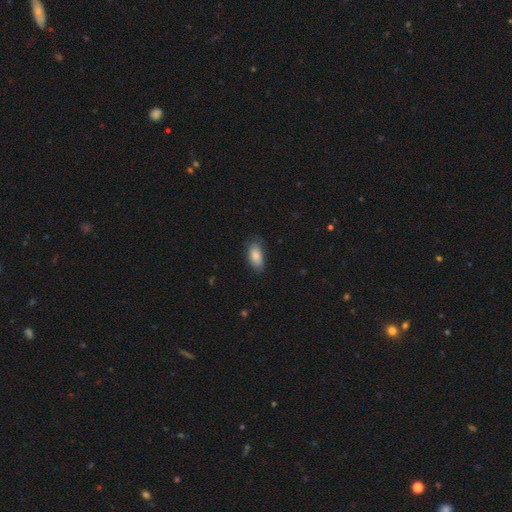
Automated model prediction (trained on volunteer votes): Q: Smooth or featured?
A: smooth (85%); runner-up: featured or disk (9%)
Q: How rounded?
A: in between (90%); runner-up: cigar-shaped (7%)
Q: Merging?
A: none (70%); runner-up: minor disturbance (24%)